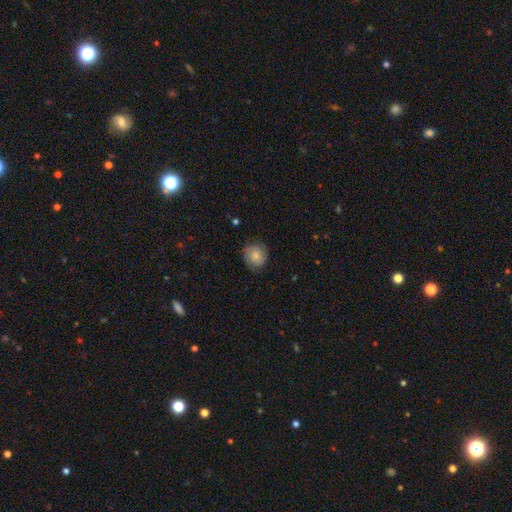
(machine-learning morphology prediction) smooth 66%, featured or disk 26%, star or artifact 8%. Down the decision tree: how rounded — round (84%); merging — none (79%).